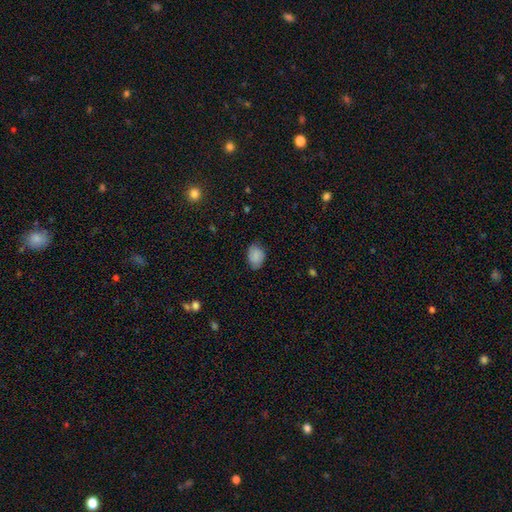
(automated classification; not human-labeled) Overall: smooth (83%). How rounded: in between (74%). Merging: none (75%).